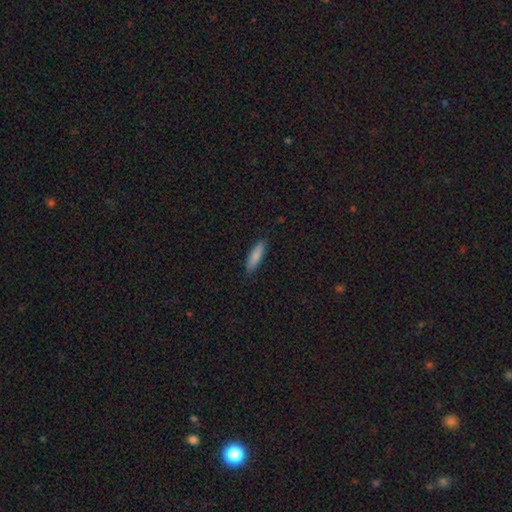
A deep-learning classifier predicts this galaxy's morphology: A smooth galaxy with no disk features (84%) that is cigar-shaped (69%).

Vote fractions:
- Smooth or featured? smooth: 84% / featured or disk: 10% / star or artifact: 6%
- How rounded? cigar-shaped: 69% / in between: 29% / round: 2%
- Merging? none: 88% / minor disturbance: 10% / major disturbance: 2% / merger: 1%